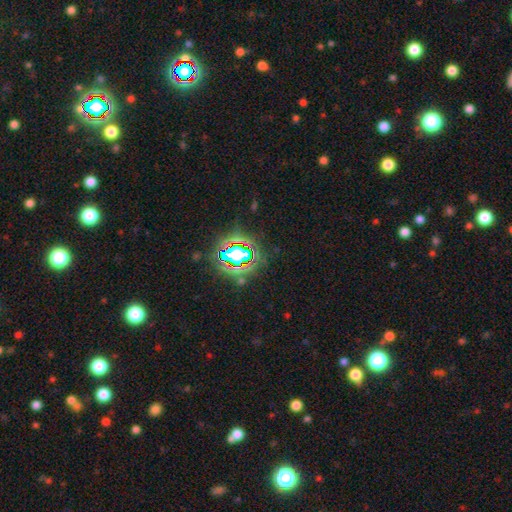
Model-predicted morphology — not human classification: The model was most divided on "smooth or featured": star or artifact: 78%, smooth: 13%, featured or disk: 8%.